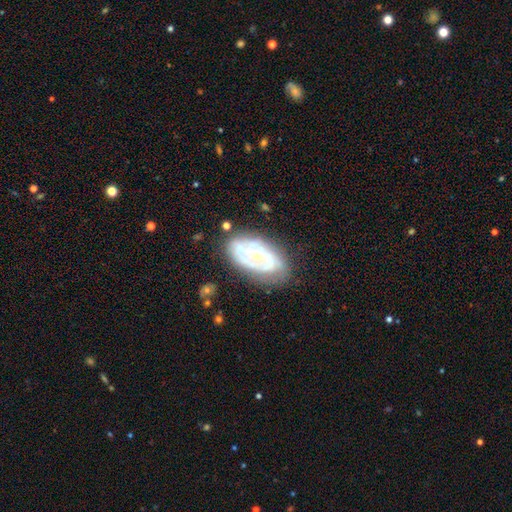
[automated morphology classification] A featured or disk galaxy (73%) with no bar (73%), spiral arms (67%) and a small central bulge (68%). Merging: none (64%).